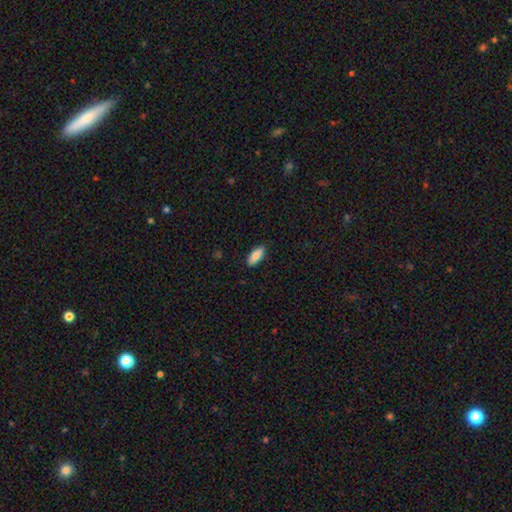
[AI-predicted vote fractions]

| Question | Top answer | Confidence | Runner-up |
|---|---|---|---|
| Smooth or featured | smooth | 86% | featured or disk (8%) |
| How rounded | in between | 82% | cigar-shaped (16%) |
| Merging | none | 89% | minor disturbance (9%) |